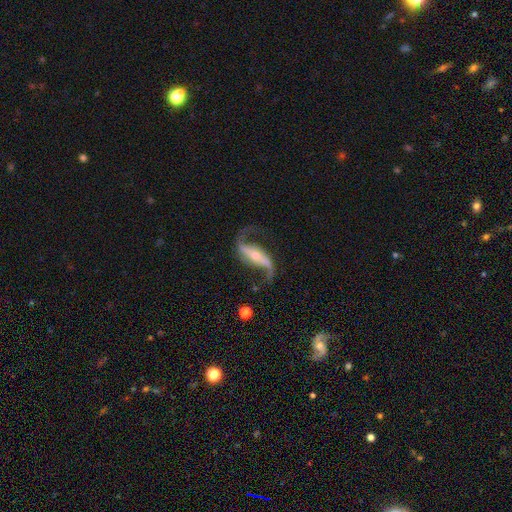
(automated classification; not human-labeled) smooth_or_featured: featured or disk (p=0.90) [alt: smooth p=0.05]
disk_edge_on: no (p=0.92) [alt: yes p=0.08]
bar: strong (p=0.58) [alt: weak p=0.23]
has_spiral_arms: yes (p=0.96) [alt: no p=0.04]
spiral_winding: loose (p=0.84) [alt: medium p=0.13]
spiral_arm_count: 2 (p=0.93) [alt: 1 p=0.03]
bulge_size: small (p=0.60) [alt: moderate p=0.32]
merging: none (p=0.73) [alt: minor disturbance p=0.13]